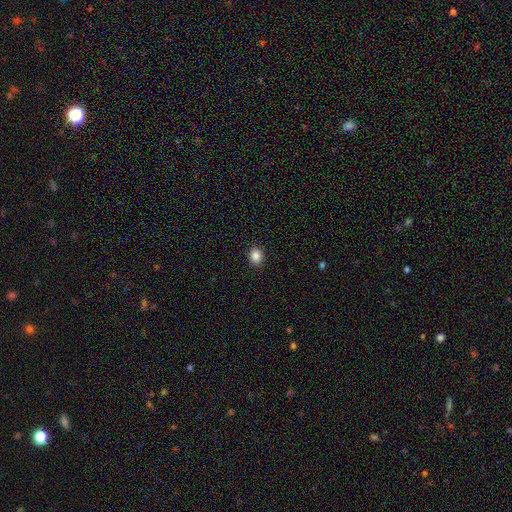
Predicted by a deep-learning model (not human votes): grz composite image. It shows a smooth galaxy with no disk features (86%) that is round (58%). Merging: none (91%).